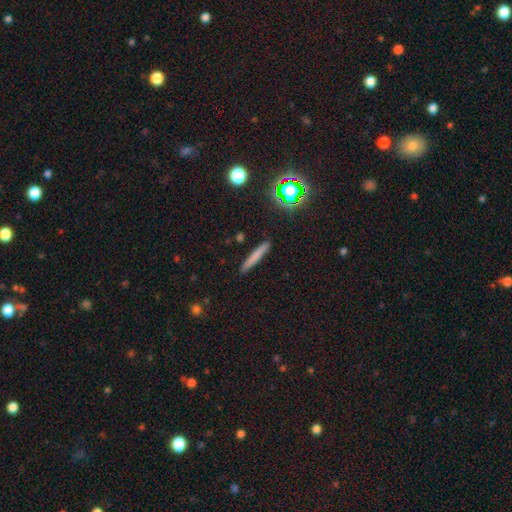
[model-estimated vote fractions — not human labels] Morphology: type=smooth (71%); roundness=cigar-shaped (94%); merging=none (89%).